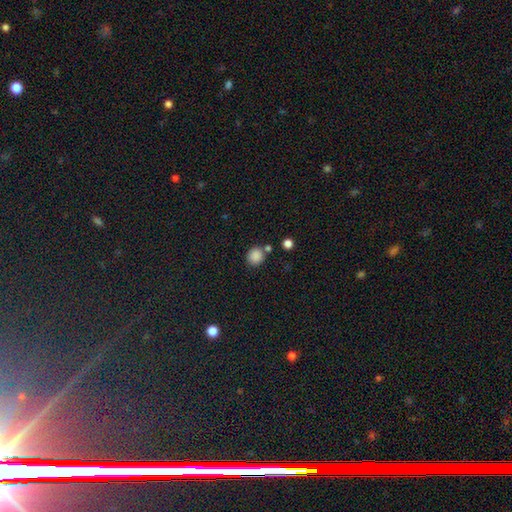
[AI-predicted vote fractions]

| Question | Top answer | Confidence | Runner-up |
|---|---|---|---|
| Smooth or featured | smooth | 86% | star or artifact (10%) |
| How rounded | round | 86% | in between (13%) |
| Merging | none | 74% | merger (12%) |